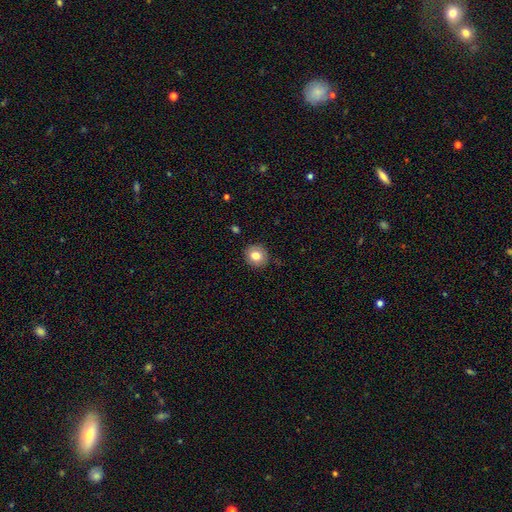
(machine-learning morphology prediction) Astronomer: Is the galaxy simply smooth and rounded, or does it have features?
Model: smooth — 81%.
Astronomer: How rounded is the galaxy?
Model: round — 85%.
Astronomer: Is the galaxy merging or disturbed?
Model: none — 89%.